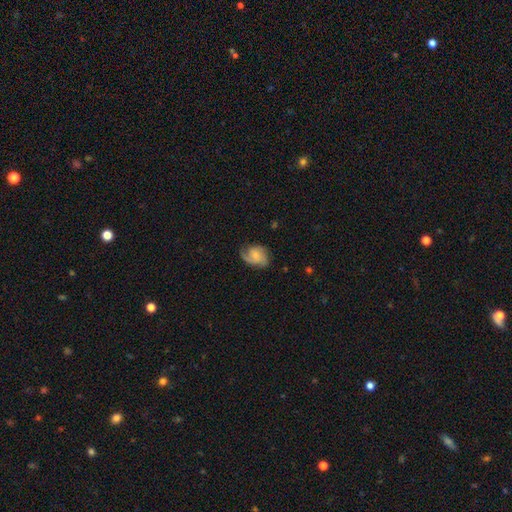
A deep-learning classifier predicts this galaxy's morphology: Overall: featured or disk (70%). Edge-on disk: no (97%). Bar: no (64%; weak 31%). Spiral arms: yes (95%). Spiral arm count: 2 (43%; 3 25%). Spiral winding: medium (47%; tight 31%). Bulge size: small (51%; moderate 29%). Merging: none (65%).